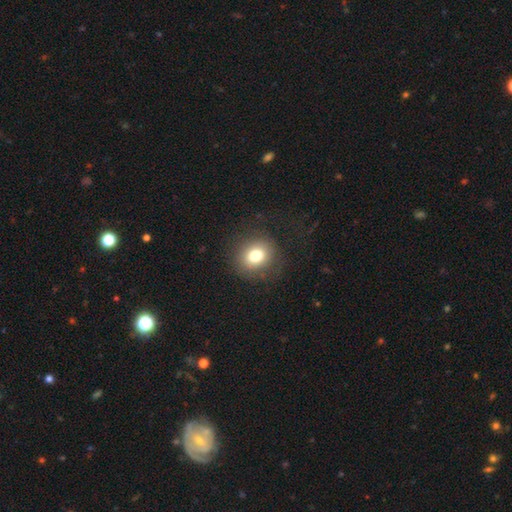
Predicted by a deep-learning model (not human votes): Smooth or featured?
  - smooth: 78% *
  - star or artifact: 12%
  - featured or disk: 11%
How rounded?
  - round: 76% *
  - in between: 23%
  - cigar-shaped: 1%
Merging?
  - none: 85% *
  - minor disturbance: 9%
  - major disturbance: 5%
  - merger: 1%